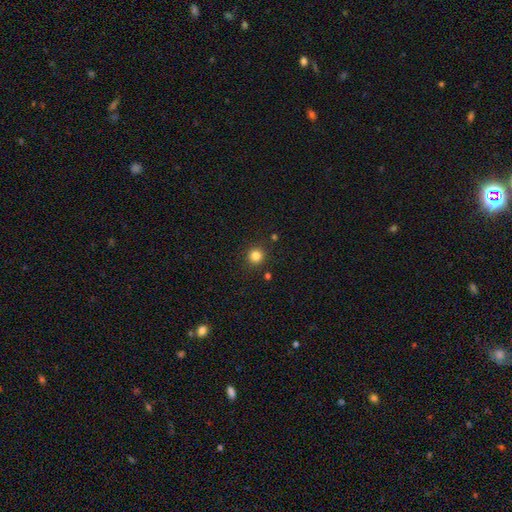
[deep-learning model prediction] smooth_or_featured: smooth (p=0.83) [alt: star or artifact p=0.13]
how_rounded: round (p=0.94) [alt: in between p=0.05]
merging: none (p=0.89) [alt: minor disturbance p=0.07]